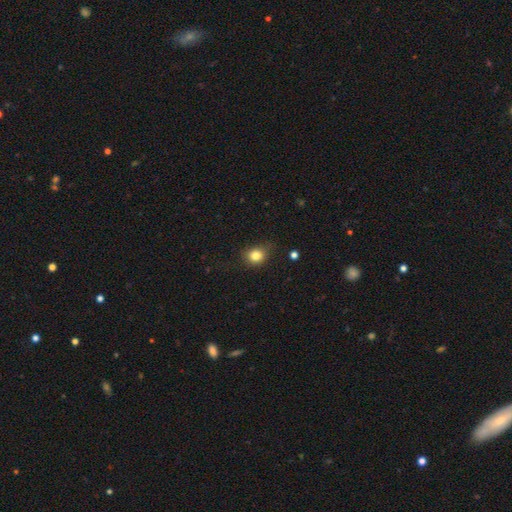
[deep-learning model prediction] Smooth or featured? Predicted: smooth (p=0.81). How rounded? Predicted: round (p=0.71). Merging? Predicted: none (p=0.73).